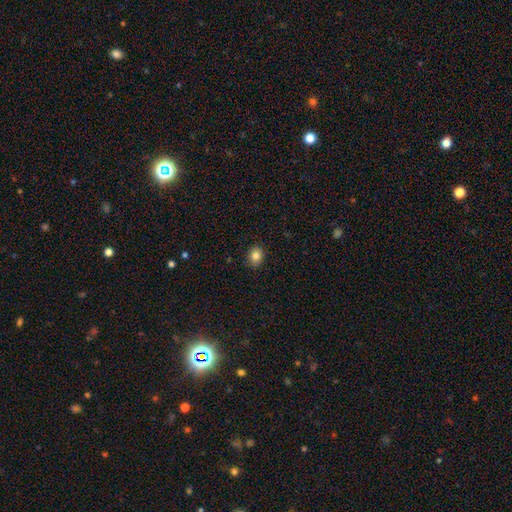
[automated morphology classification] This is clearly a smooth galaxy (83%). How rounded: likely round (62%). Merging: clearly none (90%).